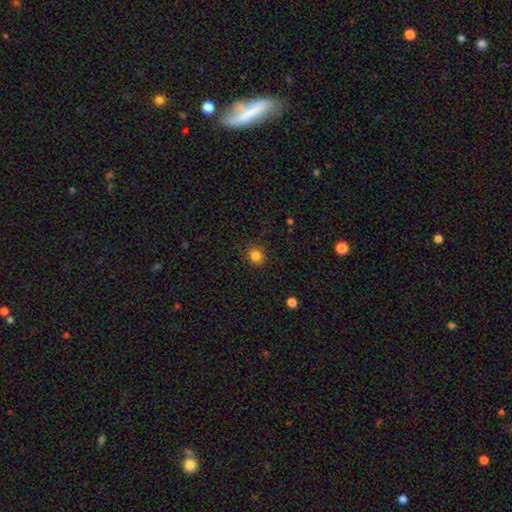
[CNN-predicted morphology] The model was most divided on "how rounded": round: 84%, in between: 15%, cigar-shaped: 1%. More confident: merging — none (90%); smooth or featured — smooth (84%).